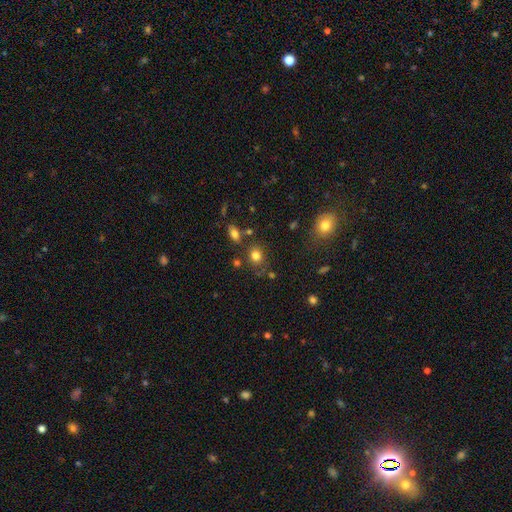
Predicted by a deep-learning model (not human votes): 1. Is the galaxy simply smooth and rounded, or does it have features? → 79% smooth, 14% star or artifact, 8% featured or disk.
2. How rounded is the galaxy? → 64% round, 35% in between, 1% cigar-shaped.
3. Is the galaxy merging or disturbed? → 73% none, 13% minor disturbance, 9% merger, 5% major disturbance.